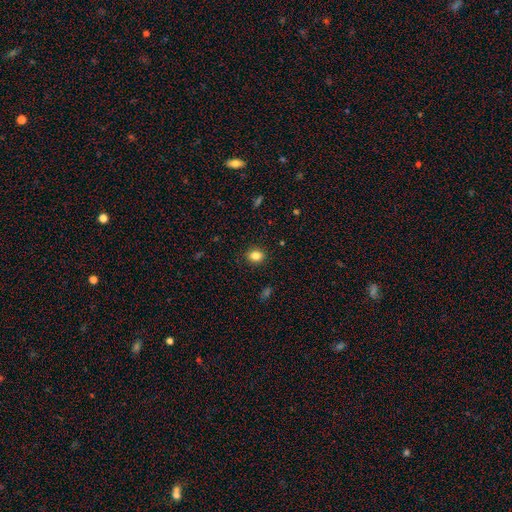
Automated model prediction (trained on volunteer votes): smooth_or_featured: smooth (p=0.83) [alt: star or artifact p=0.11]
how_rounded: round (p=0.57) [alt: in between p=0.42]
merging: none (p=0.89) [alt: minor disturbance p=0.08]